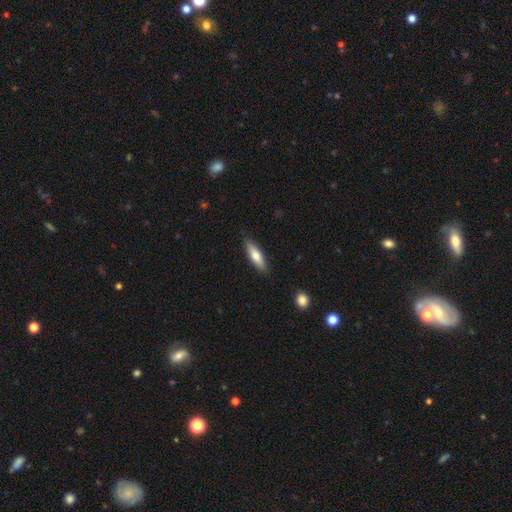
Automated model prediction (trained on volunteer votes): smooth_or_featured: smooth (p=0.67) [alt: featured or disk p=0.27]
how_rounded: cigar-shaped (p=0.60) [alt: in between p=0.38]
merging: none (p=0.88) [alt: minor disturbance p=0.09]